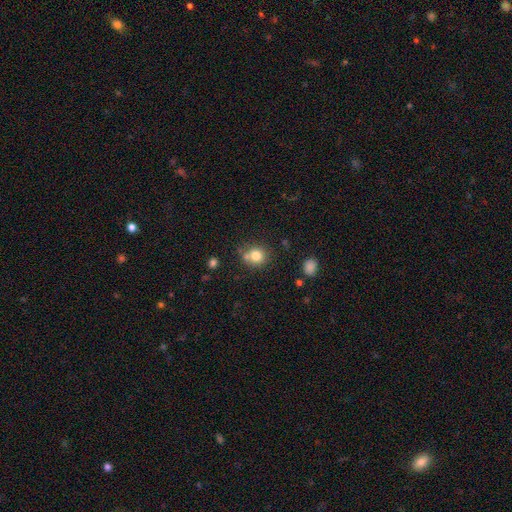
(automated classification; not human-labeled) Q: Smooth or featured?
A: smooth (79%); runner-up: star or artifact (12%)
Q: How rounded?
A: round (85%); runner-up: in between (14%)
Q: Merging?
A: none (64%); runner-up: merger (19%)